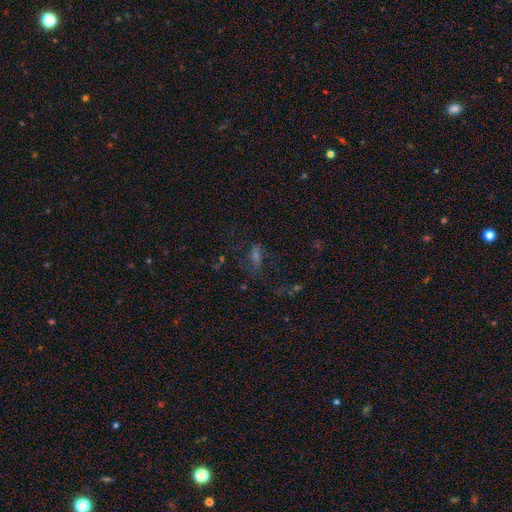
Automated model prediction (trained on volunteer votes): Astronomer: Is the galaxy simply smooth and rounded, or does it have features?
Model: star or artifact — 39% (runner-up: featured or disk, 32%).